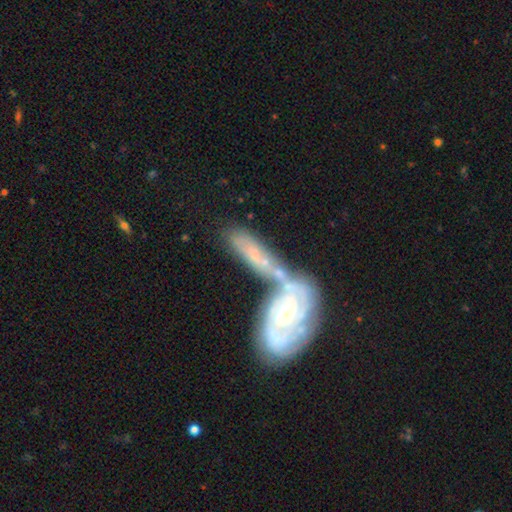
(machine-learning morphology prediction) Smooth or featured?
  - featured or disk: 70% *
  - smooth: 23%
  - star or artifact: 7%
Edge-on disk?
  - no: 87% *
  - yes: 13%
Bar?
  - no: 62% *
  - weak: 28%
  - strong: 10%
Spiral arms?
  - yes: 83% *
  - no: 17%
Spiral winding?
  - tight: 66% *
  - medium: 26%
  - loose: 8%
Spiral arm count?
  - can't tell: 43% *
  - 2: 33%
  - 3: 12%
  - 4: 4%
  - 1: 4%
  - more than 4: 3%
Bulge size?
  - moderate: 49% *
  - small: 45%
  - large: 3%
  - none: 3%
  - dominant: 1%
Merging?
  - merger: 57% *
  - none: 24%
  - minor disturbance: 12%
  - major disturbance: 6%